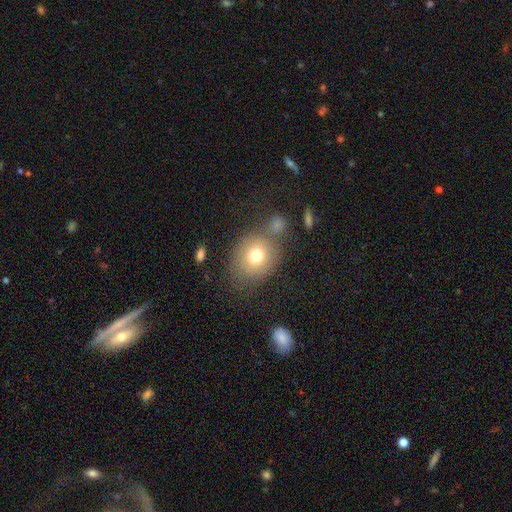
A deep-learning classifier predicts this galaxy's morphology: Smooth or featured? smooth (74%)
How rounded? round (68%)
Merging? none (62%)